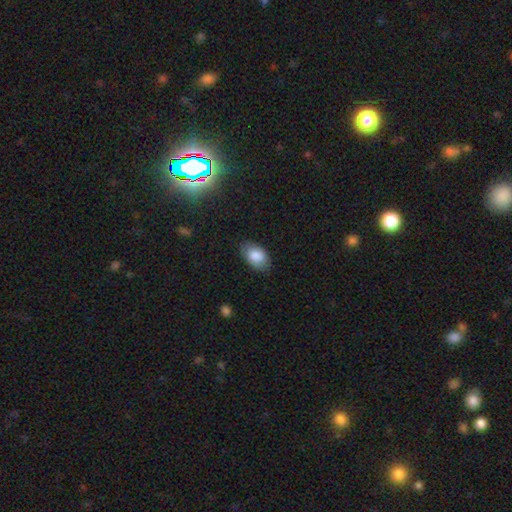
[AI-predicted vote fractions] Overall: smooth (86%). How rounded: in between (90%). Merging: none (79%).